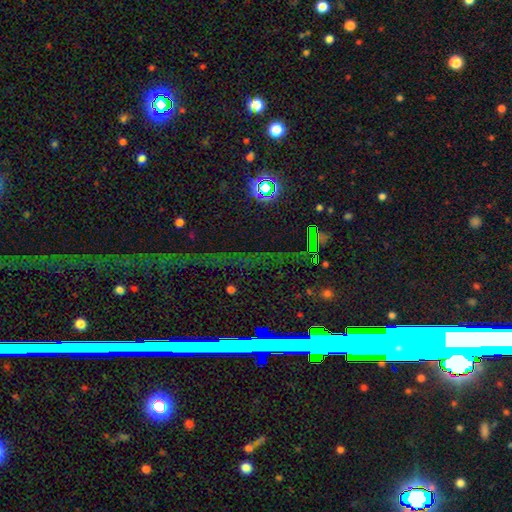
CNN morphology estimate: Q: Smooth or featured?
A: star or artifact (77%); runner-up: featured or disk (13%)